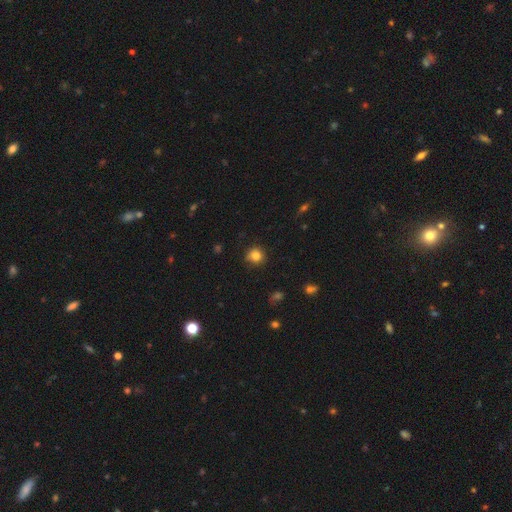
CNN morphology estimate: Smooth or featured? Predicted: smooth (p=0.82). How rounded? Predicted: round (p=0.89). Merging? Predicted: none (p=0.82).